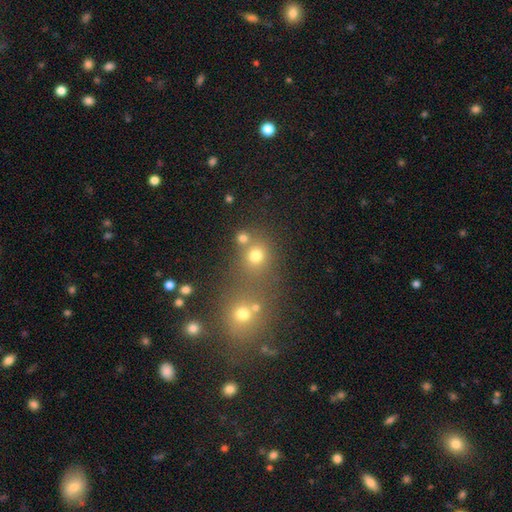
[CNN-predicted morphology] type=smooth (73%); roundness=round (82%); merging=none (58%).